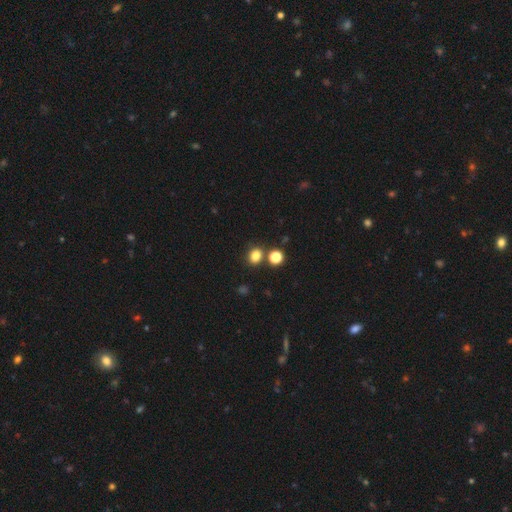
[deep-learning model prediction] A smooth galaxy with no disk features (81%) that is round (60%). Merging: none (73%).